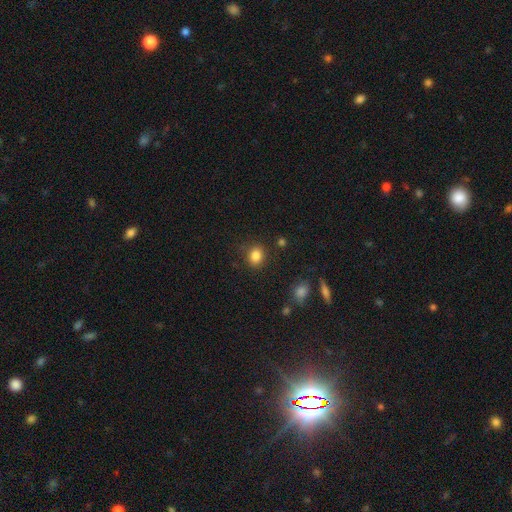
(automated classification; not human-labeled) This appears to be a smooth galaxy with no disk features (84%) that is round (63%). Merging: none (84%).